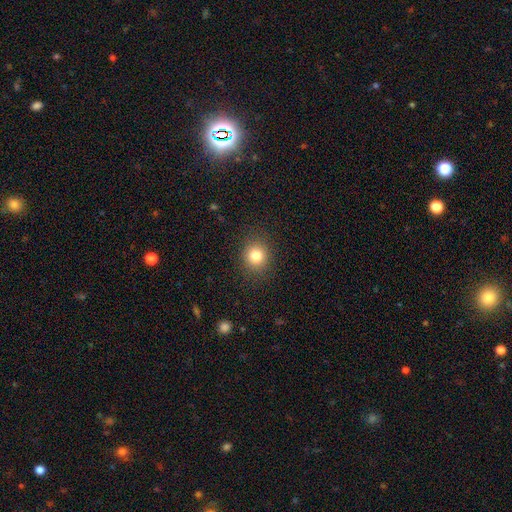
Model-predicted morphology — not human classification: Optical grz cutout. It shows a smooth galaxy with no disk features (82%) that is round (83%). Merging: none (88%).